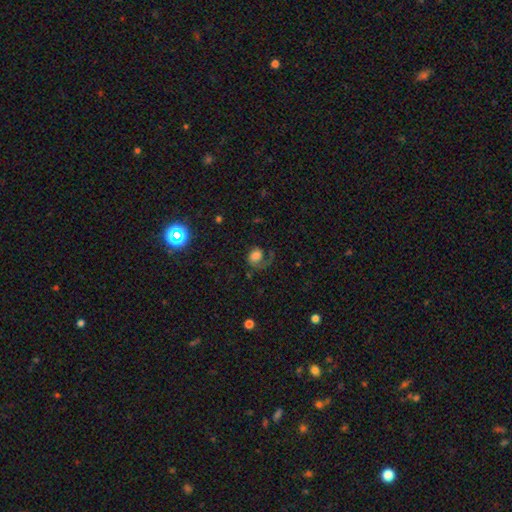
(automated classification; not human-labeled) This appears to be a smooth galaxy with no disk features (46%). Merging: major disturbance (41%).